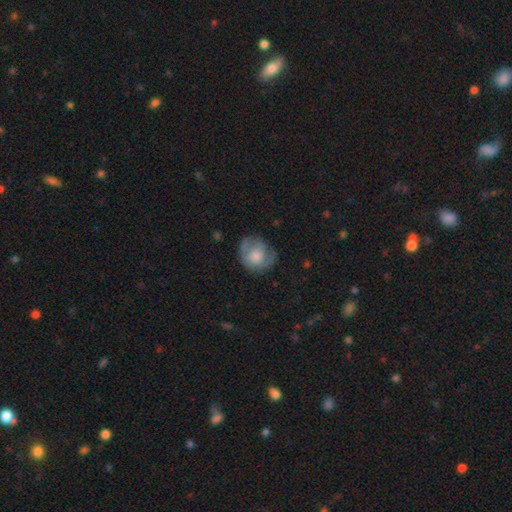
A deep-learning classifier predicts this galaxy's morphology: Smooth or featured: smooth — 54% (featured or disk — 39%)
How rounded: round — 73% (in between — 26%)
Merging: none — 55% (minor disturbance — 27%)